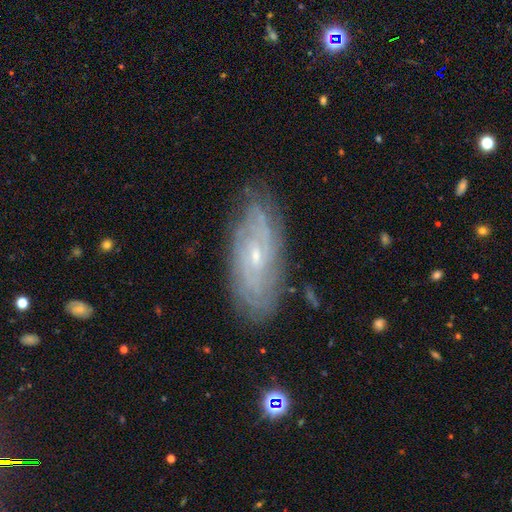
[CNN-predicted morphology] This appears to be a featured or disk galaxy (80%) with no bar (58%), tight (70%) spiral arms (93%) and a small central bulge (78%). Merging: none (80%).